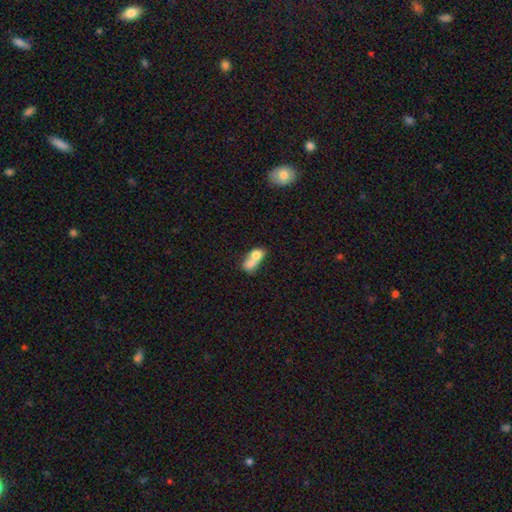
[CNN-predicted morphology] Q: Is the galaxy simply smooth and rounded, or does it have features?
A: smooth — 71%.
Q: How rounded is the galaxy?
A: in between — 64%.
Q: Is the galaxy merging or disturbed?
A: merger — 74%.